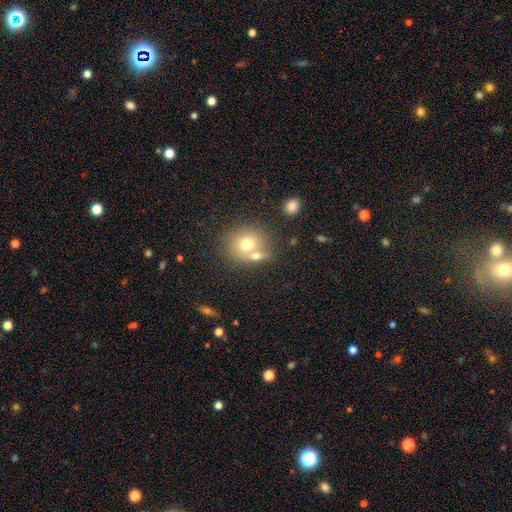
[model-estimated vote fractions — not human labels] Morphology: type=smooth (70%); roundness=round (70%); merging=merger (45%).